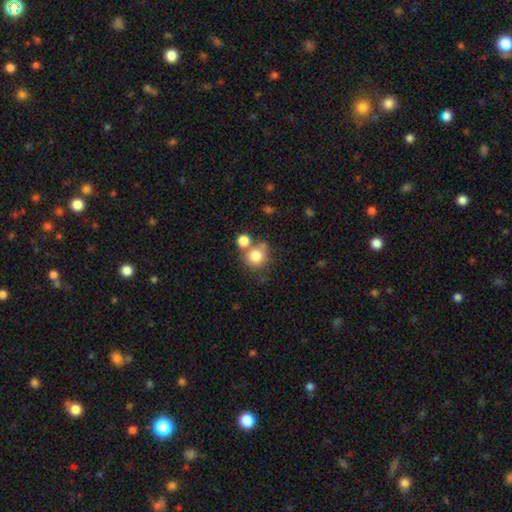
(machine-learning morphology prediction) Overall: smooth (79%). How rounded: round (90%). Merging: none (59%; merger 25%).